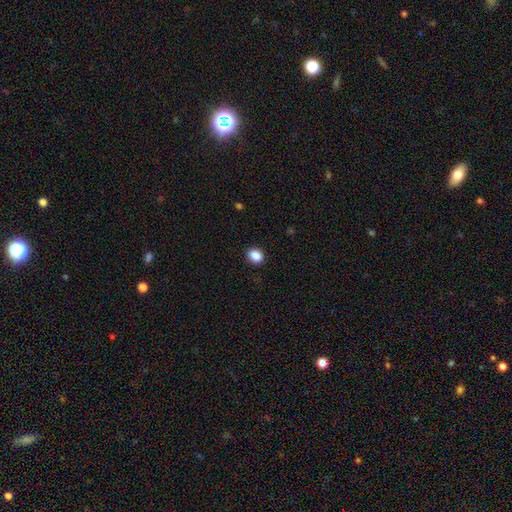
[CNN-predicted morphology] smooth_or_featured: smooth (p=0.88) [alt: star or artifact p=0.09]
how_rounded: in between (p=0.59) [alt: round p=0.40]
merging: none (p=0.86) [alt: minor disturbance p=0.10]